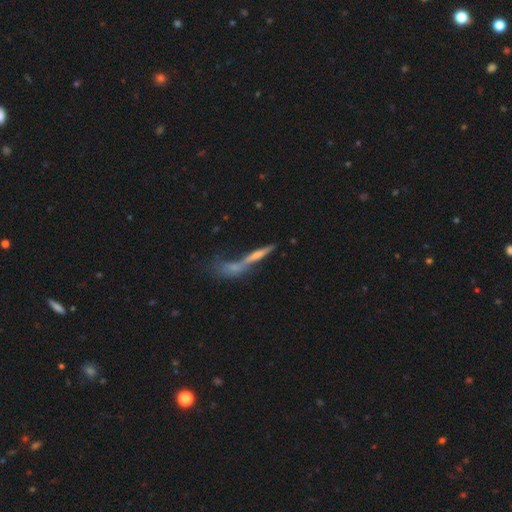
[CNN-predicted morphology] featured or disk 51%, smooth 38%, star or artifact 12%. Down the decision tree: edge-on disk — yes (79%); merging — merger (40%).